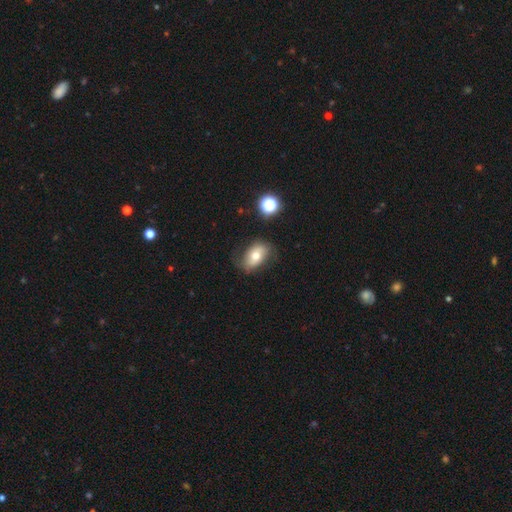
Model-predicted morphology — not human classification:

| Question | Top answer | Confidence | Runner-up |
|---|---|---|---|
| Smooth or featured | smooth | 63% | featured or disk (26%) |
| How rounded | in between | 85% | round (13%) |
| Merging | none | 66% | minor disturbance (24%) |